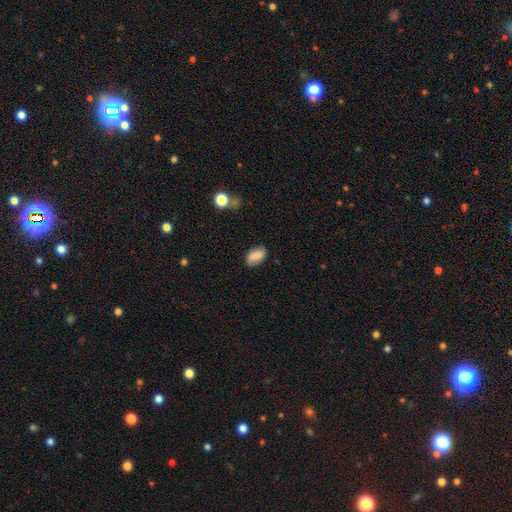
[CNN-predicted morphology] A smooth galaxy with no disk features (77%) that is in between round and cigar-shaped (91%).

Vote fractions:
- Smooth or featured? smooth: 77% / featured or disk: 14% / star or artifact: 8%
- How rounded? in between: 91% / round: 7% / cigar-shaped: 2%
- Merging? none: 79% / minor disturbance: 15% / major disturbance: 3% / merger: 2%